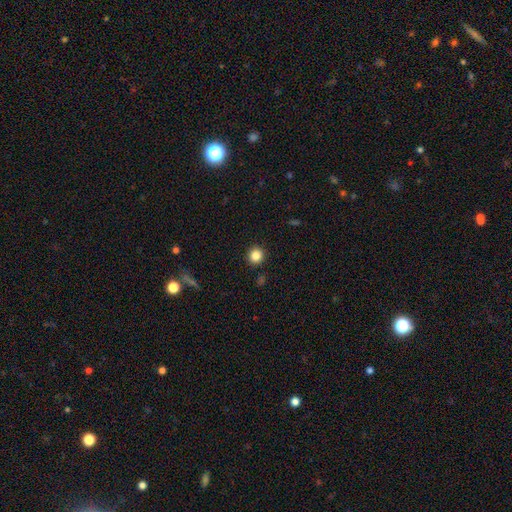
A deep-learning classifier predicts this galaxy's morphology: The model was most divided on "smooth or featured": smooth: 84%, star or artifact: 11%, featured or disk: 5%. More confident: how rounded — round (93%); merging — none (92%).